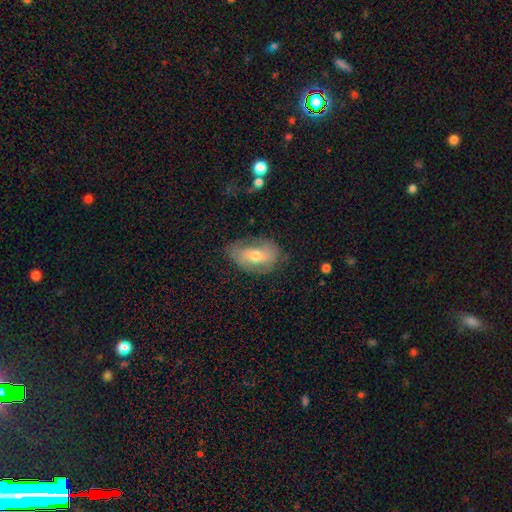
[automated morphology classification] This appears to be a featured or disk galaxy (47%). Merging: none (58%).